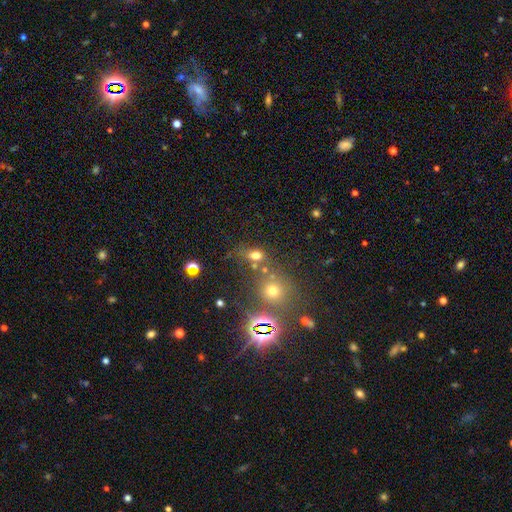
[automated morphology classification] This is likely a smooth galaxy (65%). How rounded: possibly in between (57%). Merging: possibly none (55%).